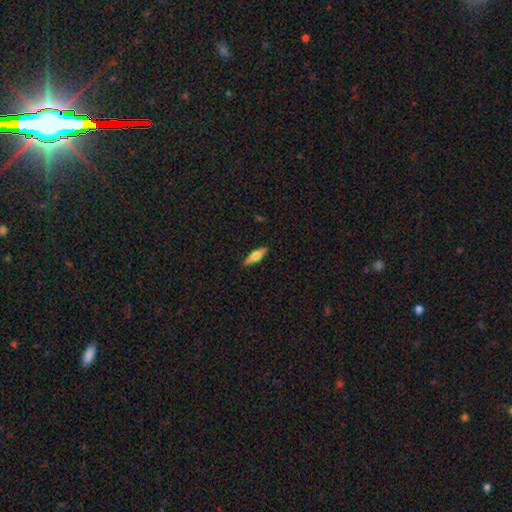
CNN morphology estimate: Smooth or featured: smooth — 54% (featured or disk — 40%)
How rounded: cigar-shaped — 59% (in between — 39%)
Merging: none — 89% (minor disturbance — 8%)